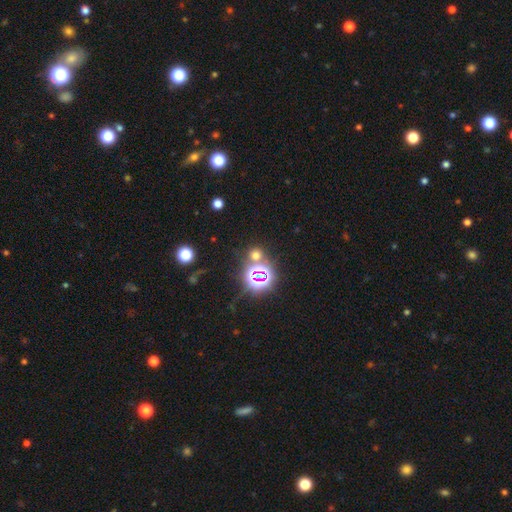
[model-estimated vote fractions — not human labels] smooth_or_featured: star or artifact (p=0.47) [alt: smooth p=0.45]